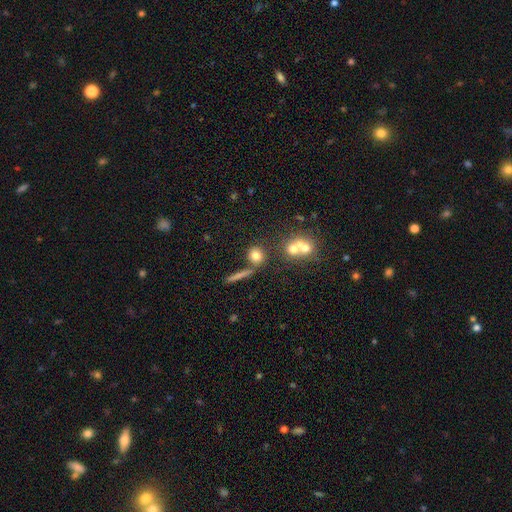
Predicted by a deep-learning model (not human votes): smooth-or-featured: smooth: 74% | star or artifact: 13% | featured or disk: 13%
  how-rounded: round: 79% | in between: 17% | cigar-shaped: 4%
  merging: none: 64% | merger: 21% | minor disturbance: 10% | major disturbance: 5%